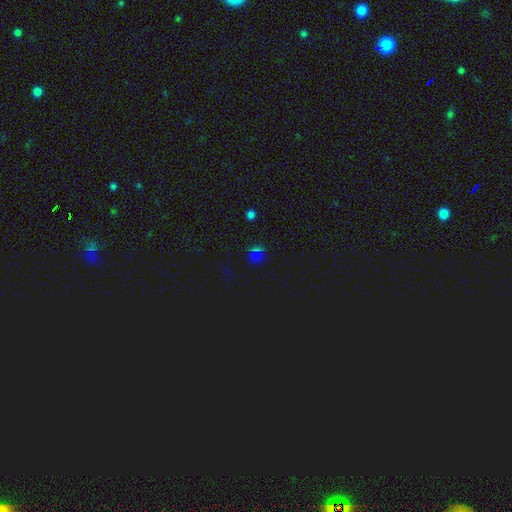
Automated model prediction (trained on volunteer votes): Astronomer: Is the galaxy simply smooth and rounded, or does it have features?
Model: star or artifact — 54% (runner-up: smooth, 39%).